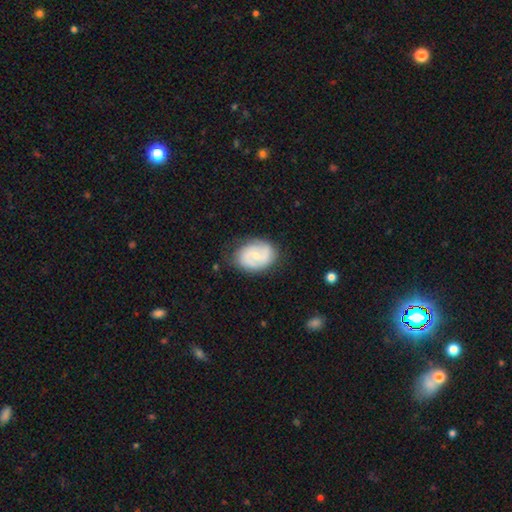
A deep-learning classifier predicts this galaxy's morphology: Q: Smooth or featured?
A: featured or disk (68%); runner-up: smooth (26%)
Q: Edge-on disk?
A: no (97%); runner-up: yes (3%)
Q: Bar?
A: weak (52%); runner-up: no (37%)
Q: Spiral arms?
A: yes (89%); runner-up: no (11%)
Q: Spiral winding?
A: medium (44%); runner-up: tight (37%)
Q: Spiral arm count?
A: 2 (74%); runner-up: can't tell (15%)
Q: Bulge size?
A: small (61%); runner-up: moderate (32%)
Q: Merging?
A: none (75%); runner-up: minor disturbance (19%)